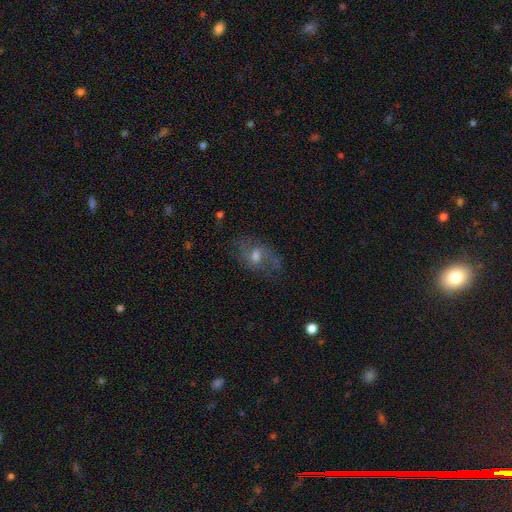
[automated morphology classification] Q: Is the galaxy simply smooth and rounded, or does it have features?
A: featured or disk — 54%.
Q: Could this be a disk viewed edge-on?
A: no — 93%.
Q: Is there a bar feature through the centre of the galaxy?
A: no — 59%.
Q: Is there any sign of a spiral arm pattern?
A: yes — 75%.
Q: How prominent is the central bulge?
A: moderate — 62%.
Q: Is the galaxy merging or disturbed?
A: none — 67%.